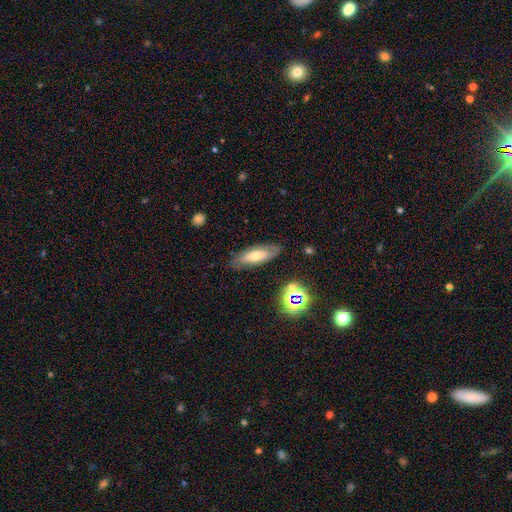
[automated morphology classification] This is marginally a featured or disk galaxy (45%). Merging: likely none (76%).